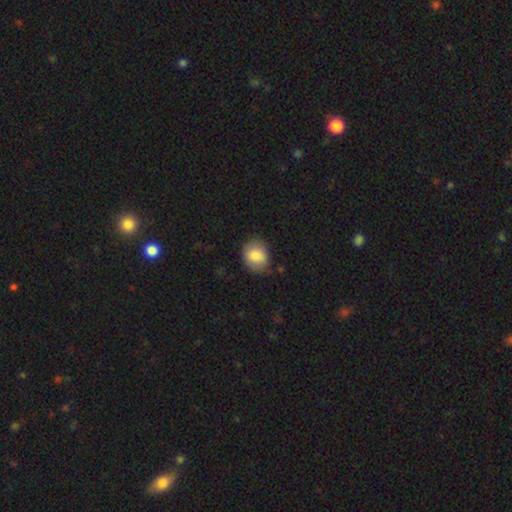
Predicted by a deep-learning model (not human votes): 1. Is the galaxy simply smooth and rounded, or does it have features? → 85% smooth, 8% featured or disk, 7% star or artifact.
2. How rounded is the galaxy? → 55% round, 44% in between, 1% cigar-shaped.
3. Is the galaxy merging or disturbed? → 79% none, 16% minor disturbance, 4% major disturbance, 1% merger.